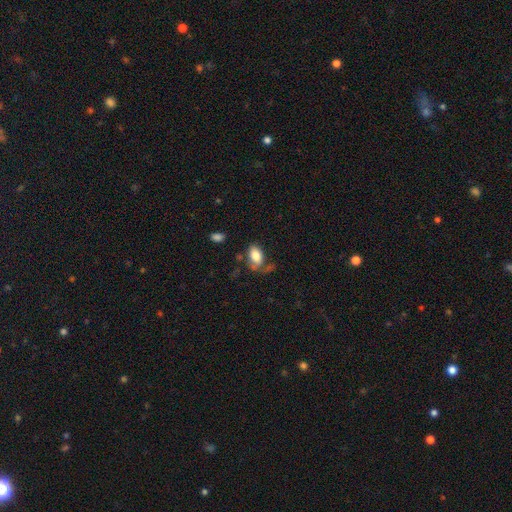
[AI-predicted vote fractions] Morphology: type=smooth (81%); roundness=in between (92%); merging=none (49%).